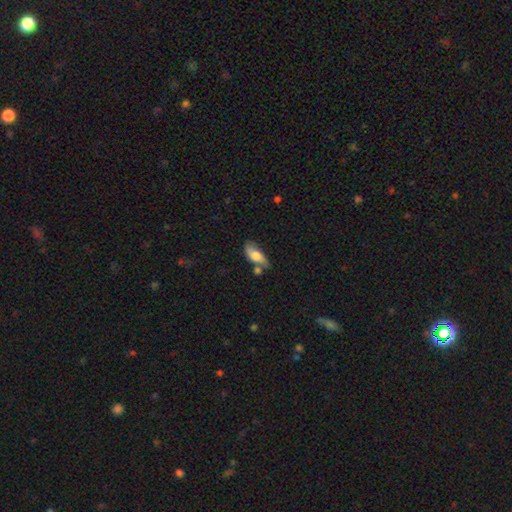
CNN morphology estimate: This is possibly a smooth galaxy (59%). How rounded: clearly in between (83%). Merging: marginally none (40%).